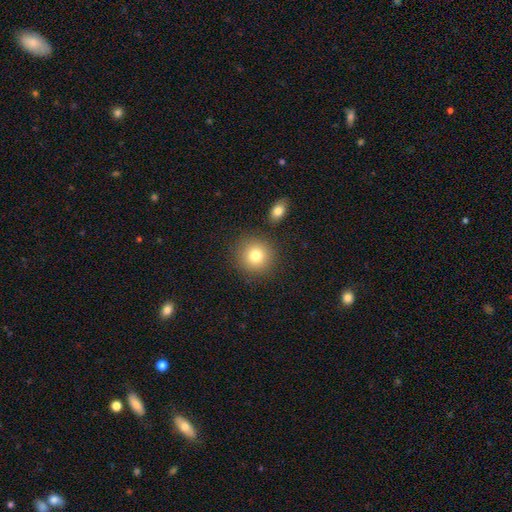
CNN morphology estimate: smooth 80%, star or artifact 11%, featured or disk 9%. Down the decision tree: how rounded — round (91%); merging — none (86%).